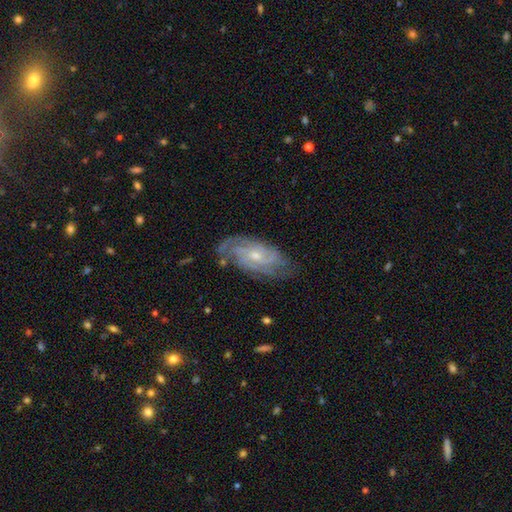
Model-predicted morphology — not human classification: This appears to be a featured or disk galaxy (84%) with no bar (63%), tight (57%) spiral arms (95%) and a small central bulge (58%). Merging: none (71%).